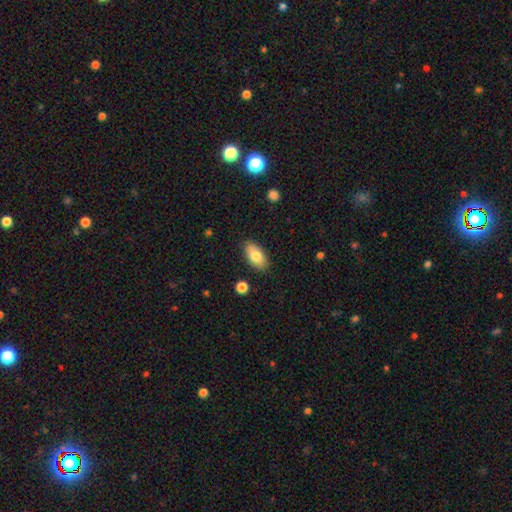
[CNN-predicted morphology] Q: Smooth or featured?
A: smooth (80%); runner-up: featured or disk (13%)
Q: How rounded?
A: in between (92%); runner-up: cigar-shaped (4%)
Q: Merging?
A: none (86%); runner-up: minor disturbance (10%)